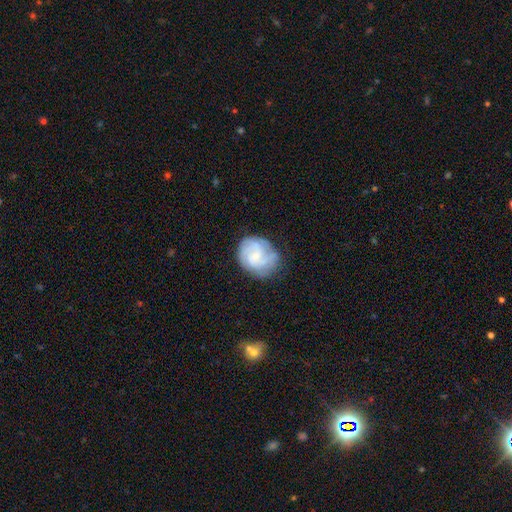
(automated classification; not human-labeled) The model was most divided on "spiral arm count": 3: 33%, can't tell: 28%, 2: 19%, 4: 11%, 1: 5%, more than 4: 5%. More confident: edge-on disk — no (98%); spiral arms — yes (90%); smooth or featured — featured or disk (69%); bar — no (66%); merging — none (66%); bulge size — small (64%); spiral winding — tight (50%).